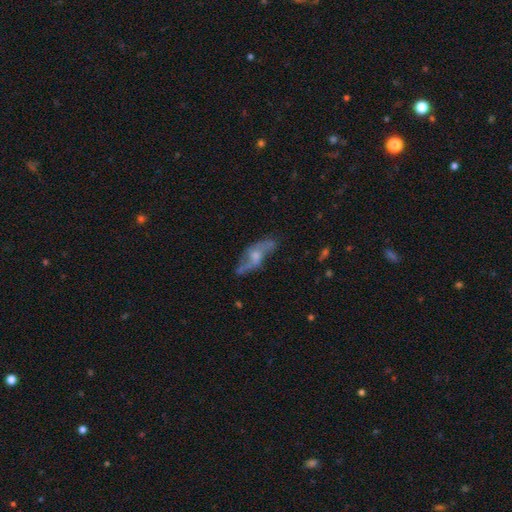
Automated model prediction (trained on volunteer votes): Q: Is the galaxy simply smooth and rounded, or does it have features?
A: featured or disk — 65%.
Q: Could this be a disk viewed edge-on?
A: no — 79%.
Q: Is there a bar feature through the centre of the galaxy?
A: no — 68%.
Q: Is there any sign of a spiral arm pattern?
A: yes — 69%.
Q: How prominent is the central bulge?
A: moderate — 48%.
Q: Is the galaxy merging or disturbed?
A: none — 57%.